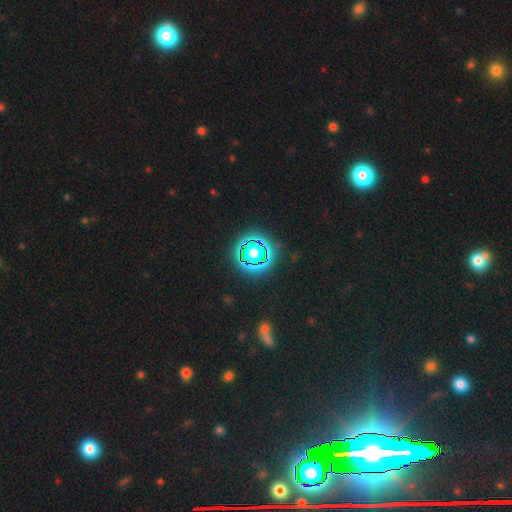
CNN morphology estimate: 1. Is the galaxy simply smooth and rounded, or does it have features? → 79% star or artifact, 13% smooth, 8% featured or disk.